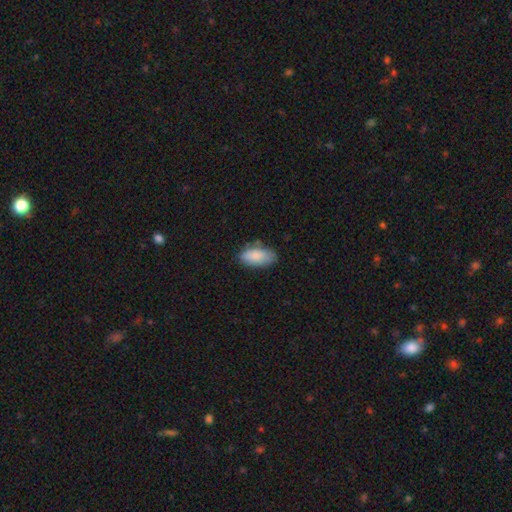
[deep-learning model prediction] The model was most divided on "merging": none: 71%, minor disturbance: 22%, major disturbance: 4%, merger: 3%. More confident: how rounded — in between (93%); smooth or featured — smooth (84%).